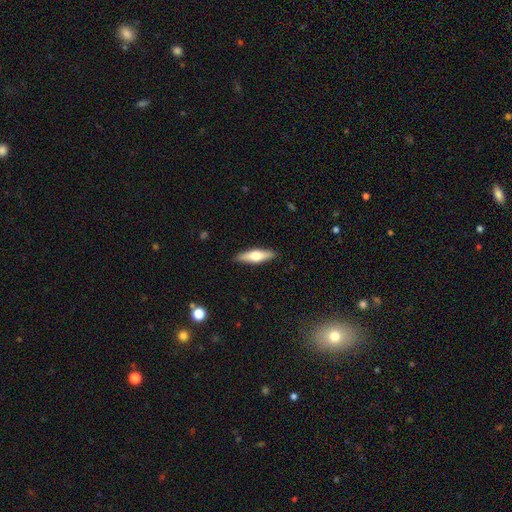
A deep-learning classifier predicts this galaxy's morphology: Smooth or featured?
  - smooth: 54% *
  - featured or disk: 41%
  - star or artifact: 6%
How rounded?
  - cigar-shaped: 63% *
  - in between: 35%
  - round: 2%
Merging?
  - none: 89% *
  - minor disturbance: 8%
  - major disturbance: 2%
  - merger: 1%